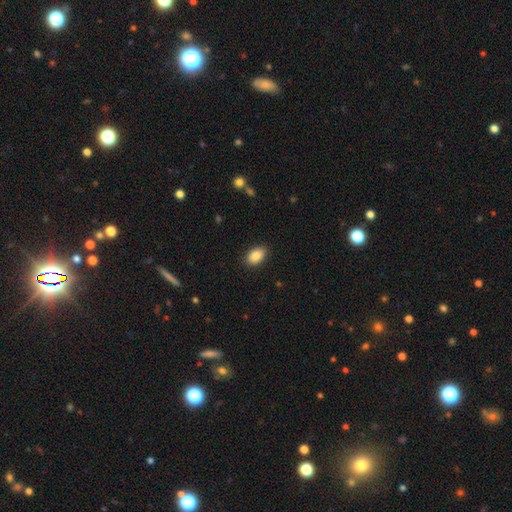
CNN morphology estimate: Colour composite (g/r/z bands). It shows a smooth galaxy with no disk features (88%) that is in between round and cigar-shaped (90%). Merging: none (88%).